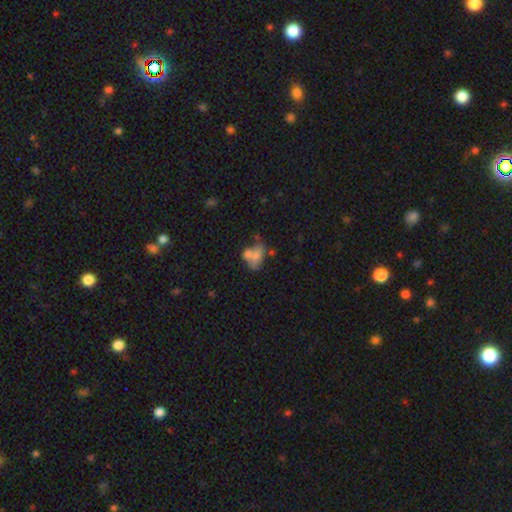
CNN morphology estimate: Smooth or featured?
  - smooth: 59% *
  - featured or disk: 29%
  - star or artifact: 11%
How rounded?
  - in between: 79% *
  - round: 19%
  - cigar-shaped: 2%
Merging?
  - merger: 52% *
  - none: 25%
  - minor disturbance: 13%
  - major disturbance: 10%